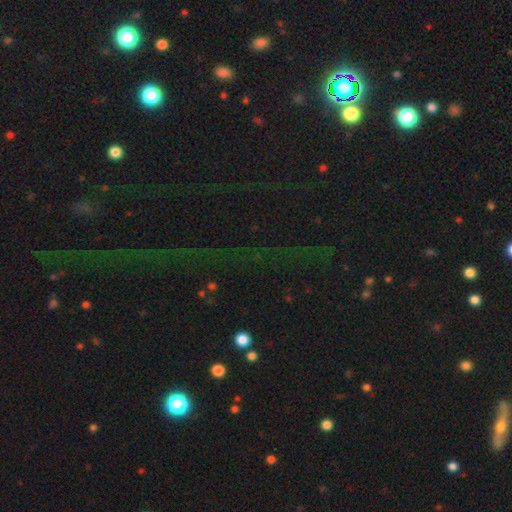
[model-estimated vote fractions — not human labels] smooth-or-featured: star or artifact: 74% | smooth: 15% | featured or disk: 11%